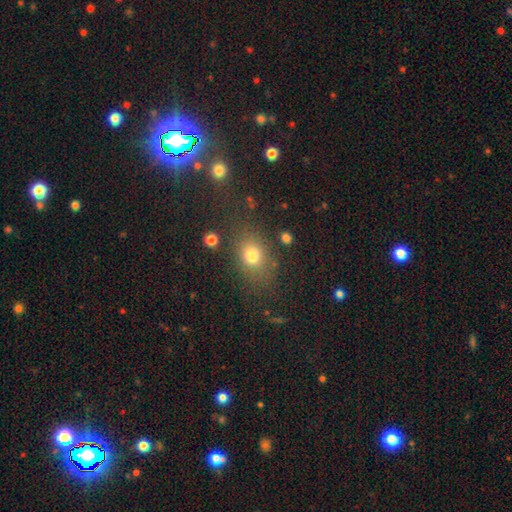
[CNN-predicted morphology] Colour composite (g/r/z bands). It shows a smooth galaxy with no disk features (69%) that is in between round and cigar-shaped (54%). Merging: none (77%).